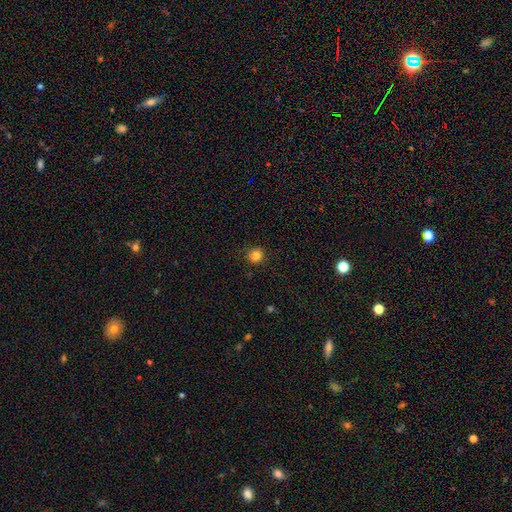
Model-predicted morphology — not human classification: Smooth or featured? Predicted: smooth (p=0.81). How rounded? Predicted: round (p=0.87). Merging? Predicted: none (p=0.82).